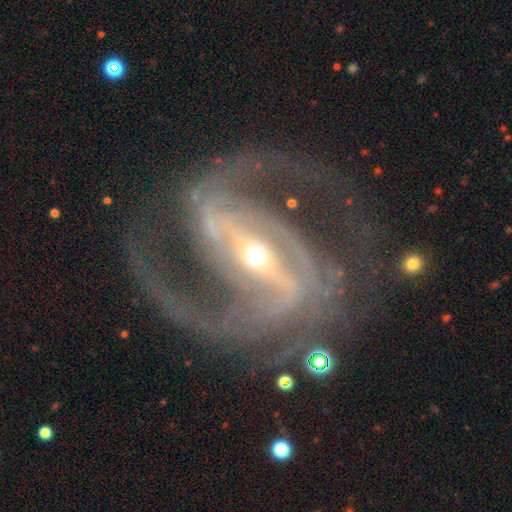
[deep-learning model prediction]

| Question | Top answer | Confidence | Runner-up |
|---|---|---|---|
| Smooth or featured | featured or disk | 90% | star or artifact (5%) |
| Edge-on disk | no | 95% | yes (5%) |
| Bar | strong | 69% | weak (20%) |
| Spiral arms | yes | 93% | no (7%) |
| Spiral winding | medium | 45% | tight (31%) |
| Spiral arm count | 2 | 61% | can't tell (12%) |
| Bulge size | small | 53% | moderate (42%) |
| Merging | none | 55% | major disturbance (24%) |